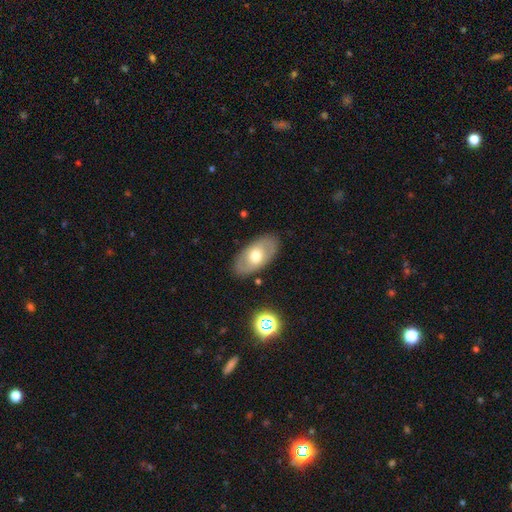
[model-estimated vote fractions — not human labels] A smooth galaxy with no disk features (52%) that is in between round and cigar-shaped (92%). Merging: none (84%).